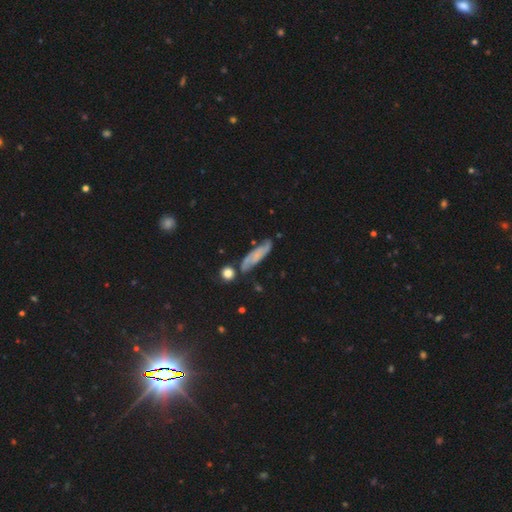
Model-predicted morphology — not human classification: Q: Smooth or featured?
A: featured or disk (50%); runner-up: smooth (40%)
Q: Merging?
A: none (68%); runner-up: minor disturbance (19%)